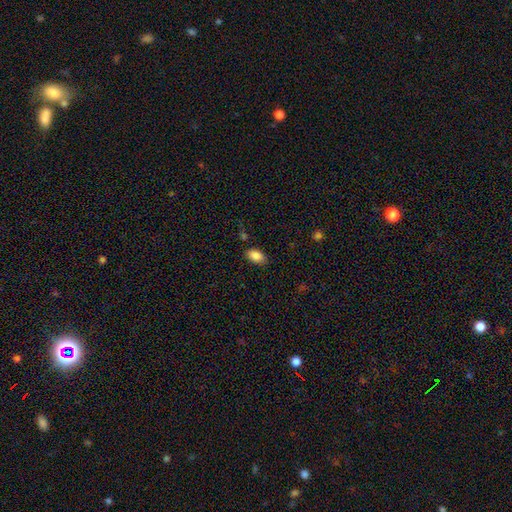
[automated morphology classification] A smooth galaxy with no disk features (87%) that is in between round and cigar-shaped (92%).

Vote fractions:
- Smooth or featured? smooth: 87% / star or artifact: 8% / featured or disk: 5%
- How rounded? in between: 92% / round: 6% / cigar-shaped: 2%
- Merging? none: 83% / minor disturbance: 12% / major disturbance: 3% / merger: 2%